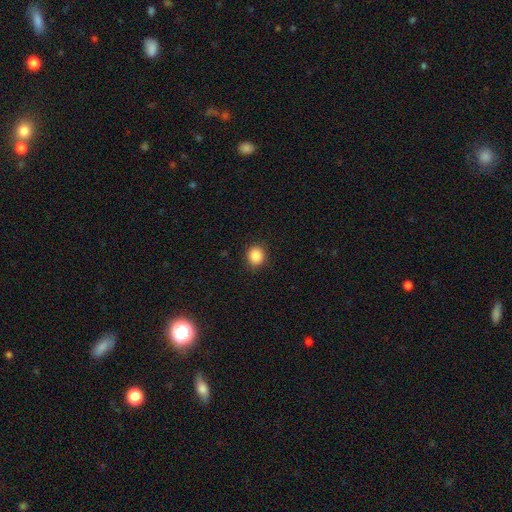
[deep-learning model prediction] Smooth or featured: smooth — 88% (star or artifact — 9%)
How rounded: round — 85% (in between — 14%)
Merging: none — 90% (minor disturbance — 7%)